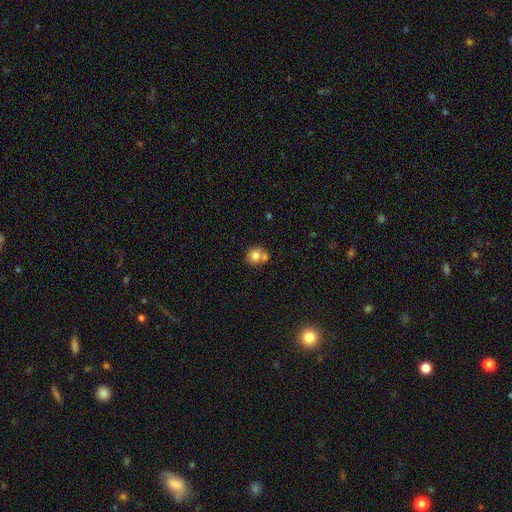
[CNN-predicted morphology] Q: Smooth or featured?
A: smooth (76%); runner-up: featured or disk (14%)
Q: How rounded?
A: round (79%); runner-up: in between (20%)
Q: Merging?
A: none (52%); runner-up: merger (34%)